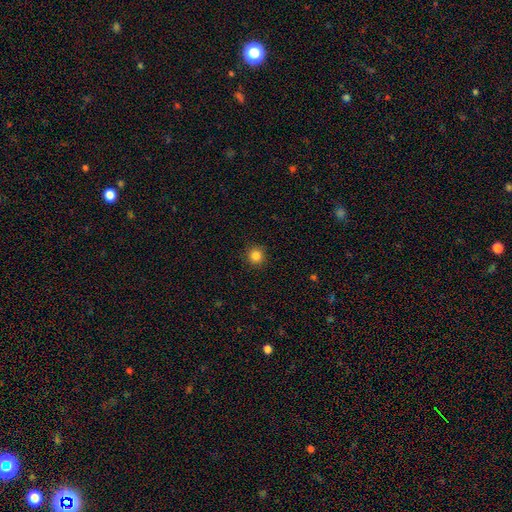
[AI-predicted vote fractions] Morphology: type=smooth (85%); roundness=round (94%); merging=none (92%).